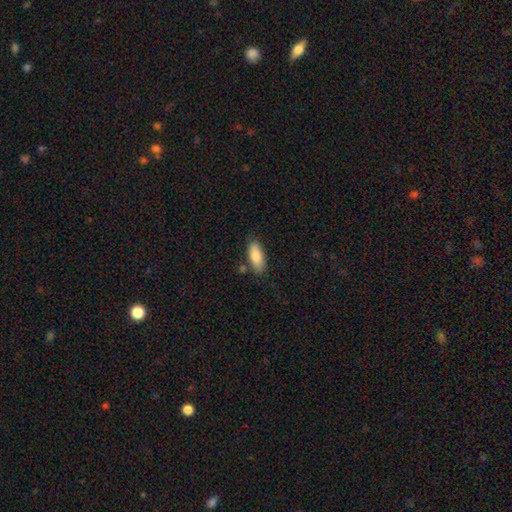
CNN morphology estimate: smooth 86%, featured or disk 8%, star or artifact 6%. Down the decision tree: how rounded — in between (81%); merging — none (79%).